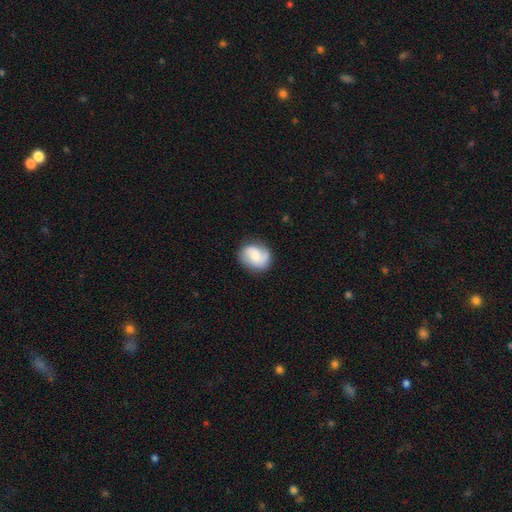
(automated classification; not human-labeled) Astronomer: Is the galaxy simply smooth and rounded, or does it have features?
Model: featured or disk — 52% (runner-up: smooth, 40%).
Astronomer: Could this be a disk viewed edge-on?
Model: no — 97%.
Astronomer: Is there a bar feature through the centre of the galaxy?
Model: no — 52% (runner-up: weak, 40%).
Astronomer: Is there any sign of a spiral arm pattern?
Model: yes — 90%.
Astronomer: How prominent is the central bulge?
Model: moderate — 46% (runner-up: small, 38%).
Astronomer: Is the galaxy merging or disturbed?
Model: none — 77%.